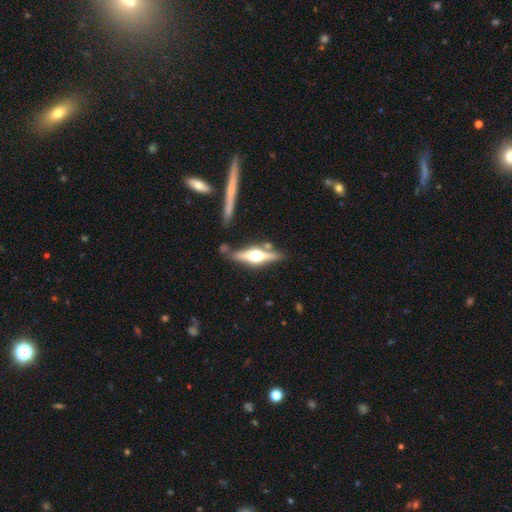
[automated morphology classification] Q: Smooth or featured?
A: featured or disk (74%); runner-up: smooth (20%)
Q: Edge-on disk?
A: yes (97%); runner-up: no (3%)
Q: Edge-on bulge?
A: rounded (96%); runner-up: boxy (3%)
Q: Merging?
A: none (78%); runner-up: minor disturbance (12%)